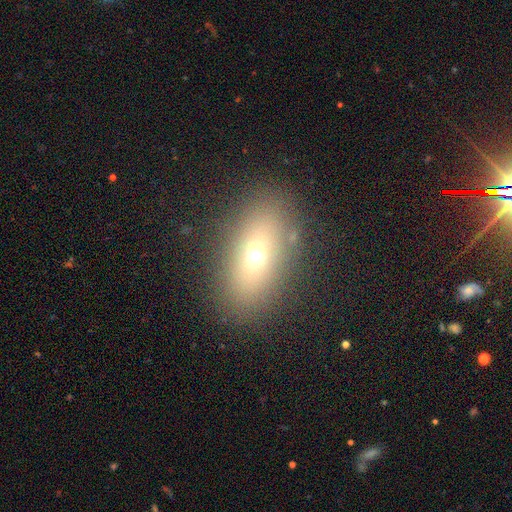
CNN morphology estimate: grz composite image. It shows a smooth galaxy with no disk features (63%) that is in between round and cigar-shaped (81%). Merging: none (83%).